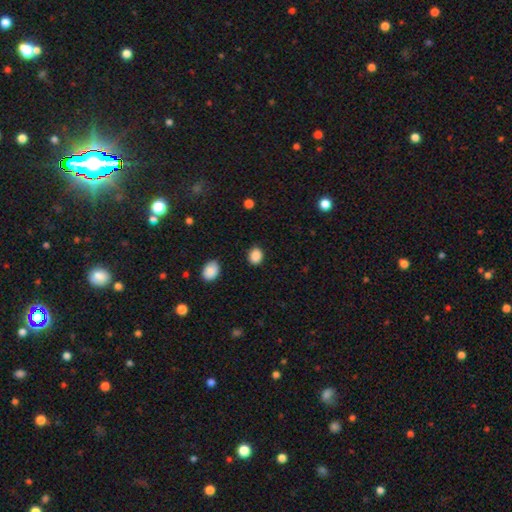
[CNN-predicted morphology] Smooth or featured?
  - smooth: 88% *
  - star or artifact: 9%
  - featured or disk: 3%
How rounded?
  - in between: 51% *
  - round: 48%
  - cigar-shaped: 1%
Merging?
  - none: 86% *
  - minor disturbance: 10%
  - major disturbance: 3%
  - merger: 2%